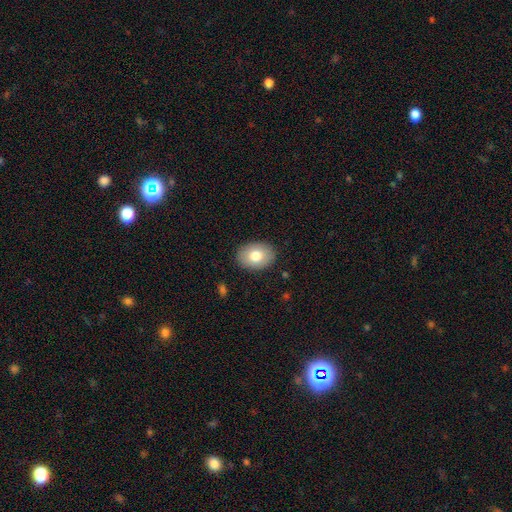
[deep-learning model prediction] Smooth or featured: smooth — 78% (featured or disk — 14%)
How rounded: in between — 69% (round — 30%)
Merging: none — 88% (minor disturbance — 9%)